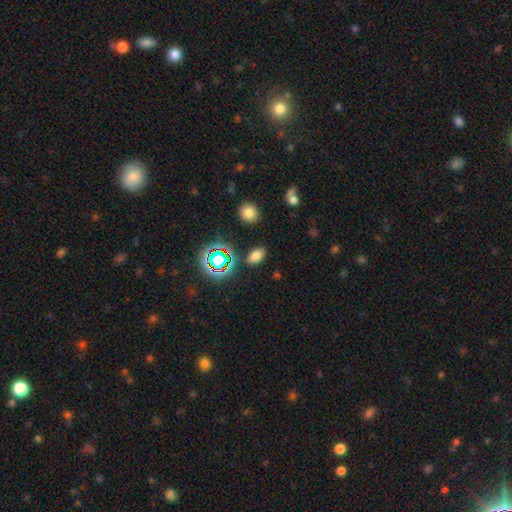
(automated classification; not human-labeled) Overall: smooth (71%). How rounded: in between (88%). Merging: none (85%).